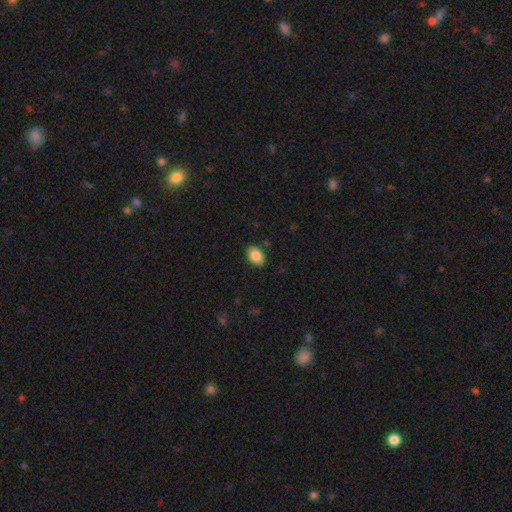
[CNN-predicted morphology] A smooth galaxy with no disk features (87%) that is in between round and cigar-shaped (83%). Merging: none (87%).